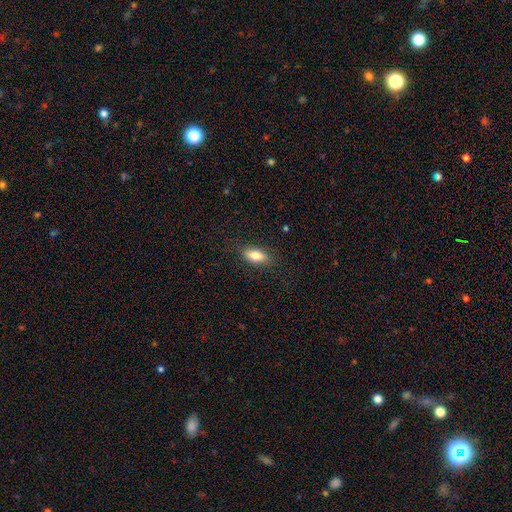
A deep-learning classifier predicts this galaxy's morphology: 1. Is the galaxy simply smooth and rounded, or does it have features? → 82% smooth, 11% featured or disk, 7% star or artifact.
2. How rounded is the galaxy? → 84% in between, 12% cigar-shaped, 4% round.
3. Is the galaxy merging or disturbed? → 86% none, 10% minor disturbance, 3% major disturbance, 1% merger.